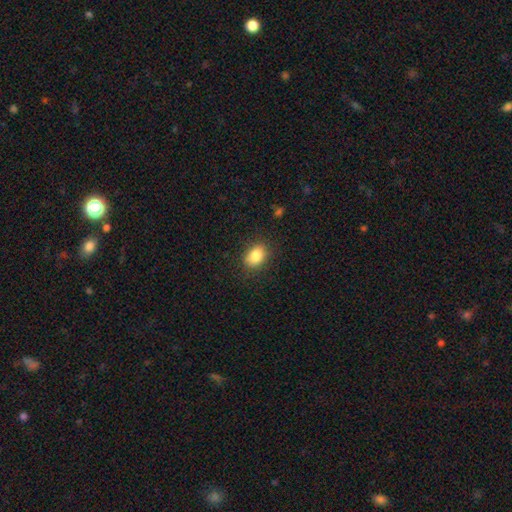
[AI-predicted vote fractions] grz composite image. It shows a smooth galaxy with no disk features (84%) that is in between round and cigar-shaped (68%). Merging: none (85%).